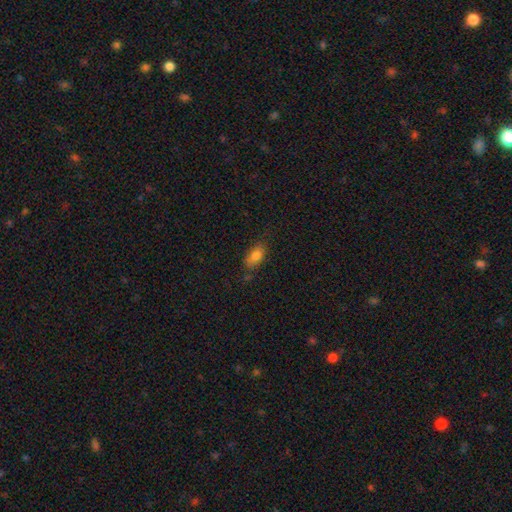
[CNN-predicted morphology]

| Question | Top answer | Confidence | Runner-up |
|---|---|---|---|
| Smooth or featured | smooth | 79% | featured or disk (12%) |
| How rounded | in between | 87% | cigar-shaped (7%) |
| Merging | none | 69% | minor disturbance (22%) |